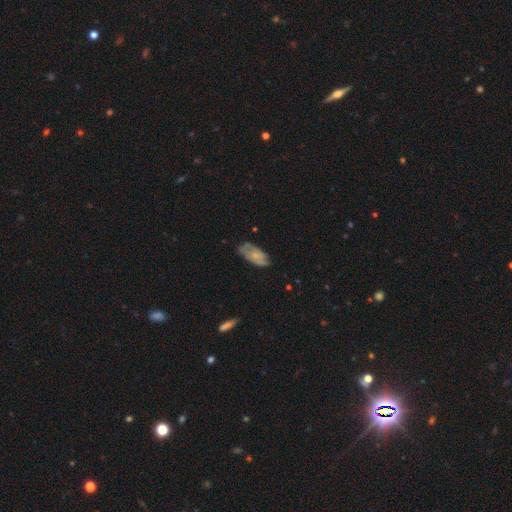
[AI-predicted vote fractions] A smooth galaxy with no disk features (47%). Merging: none (62%).